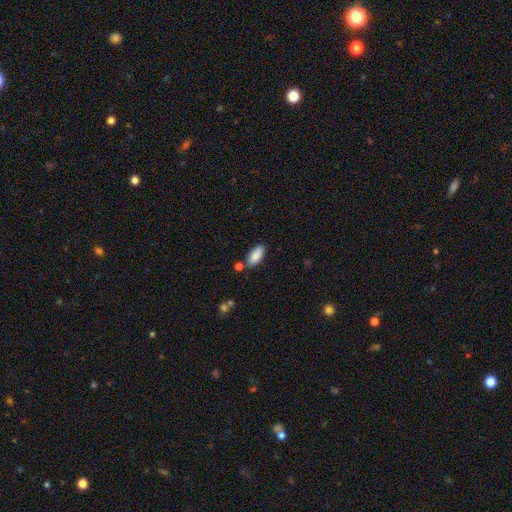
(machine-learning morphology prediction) A smooth galaxy with no disk features (88%) that is in between round and cigar-shaped (87%).

Vote fractions:
- Smooth or featured? smooth: 88% / star or artifact: 6% / featured or disk: 5%
- How rounded? in between: 87% / cigar-shaped: 12% / round: 2%
- Merging? none: 77% / minor disturbance: 13% / merger: 7% / major disturbance: 3%